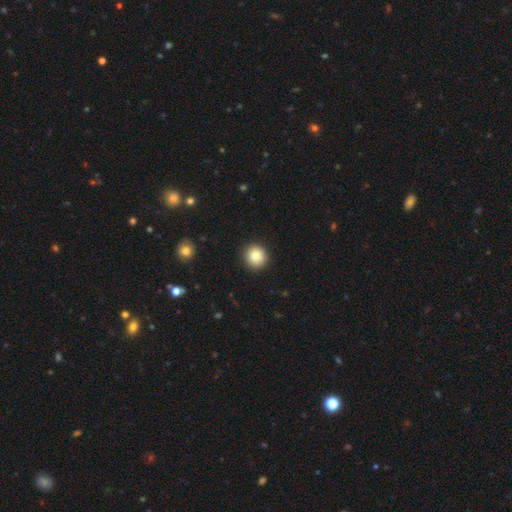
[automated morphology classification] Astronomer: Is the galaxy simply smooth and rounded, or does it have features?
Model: smooth — 83%.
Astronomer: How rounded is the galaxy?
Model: round — 91%.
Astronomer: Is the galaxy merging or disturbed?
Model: none — 92%.